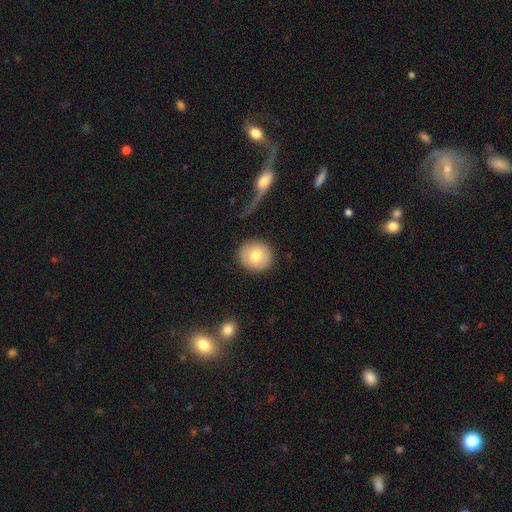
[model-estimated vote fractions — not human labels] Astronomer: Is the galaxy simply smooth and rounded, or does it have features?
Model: smooth — 76%.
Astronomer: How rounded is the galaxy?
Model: round — 89%.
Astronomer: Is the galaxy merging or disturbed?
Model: none — 89%.